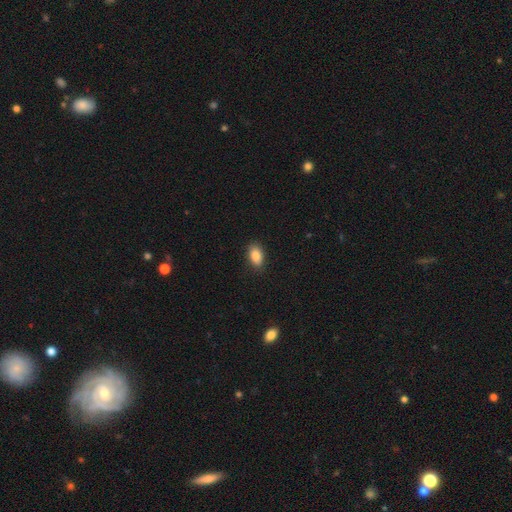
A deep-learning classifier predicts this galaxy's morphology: A smooth galaxy with no disk features (86%) that is in between round and cigar-shaped (90%).

Vote fractions:
- Smooth or featured? smooth: 86% / star or artifact: 8% / featured or disk: 6%
- How rounded? in between: 90% / round: 8% / cigar-shaped: 2%
- Merging? none: 87% / minor disturbance: 10% / major disturbance: 2% / merger: 1%